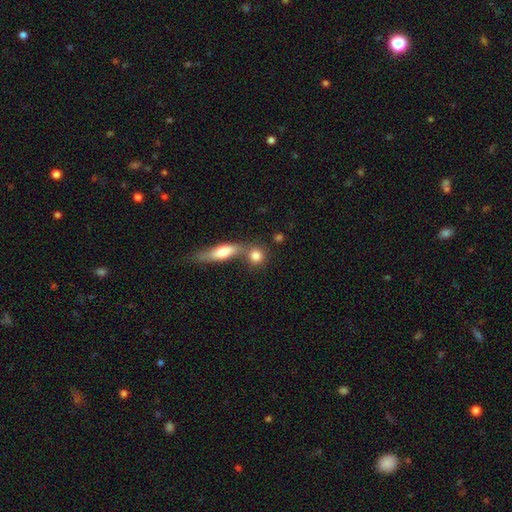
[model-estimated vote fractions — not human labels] Overall: smooth (80%). How rounded: round (76%). Merging: none (54%; merger 34%).